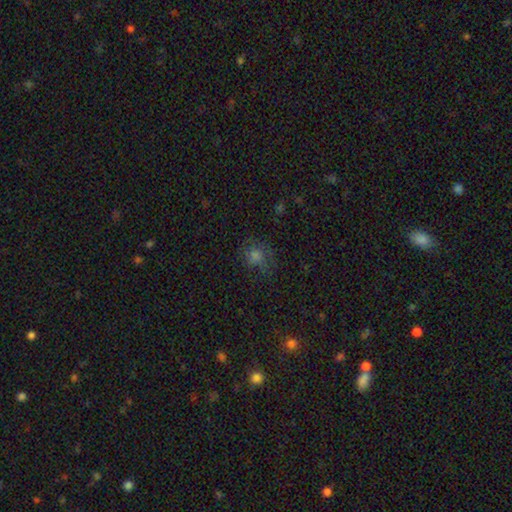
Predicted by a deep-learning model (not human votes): Overall: smooth (58%; star or artifact 26%). How rounded: round (77%). Merging: none (60%; minor disturbance 21%).